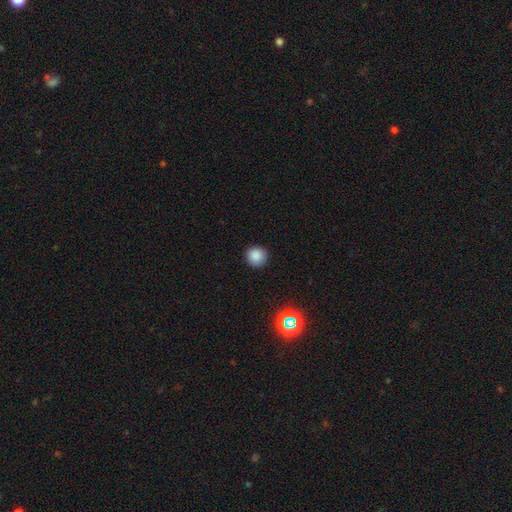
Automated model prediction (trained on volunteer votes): A smooth galaxy with no disk features (85%) that is round (94%). Merging: none (90%).